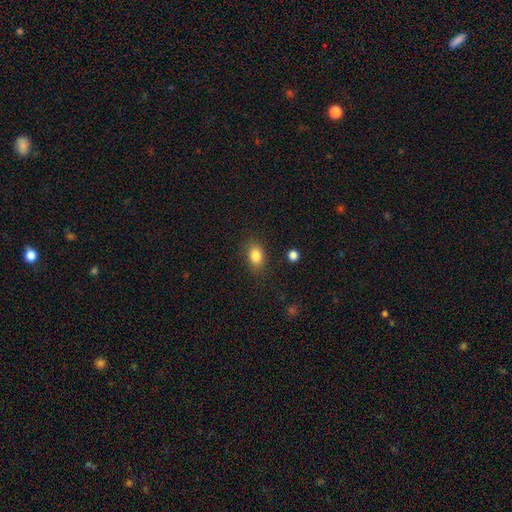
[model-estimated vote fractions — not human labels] This appears to be a smooth galaxy with no disk features (84%) that is in between round and cigar-shaped (71%). Merging: none (82%).